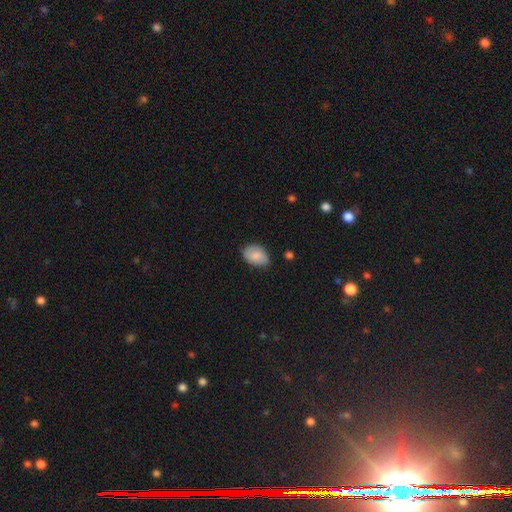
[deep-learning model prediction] smooth_or_featured: smooth (p=0.83) [alt: featured or disk p=0.10]
how_rounded: in between (p=0.83) [alt: round p=0.16]
merging: none (p=0.73) [alt: minor disturbance p=0.22]